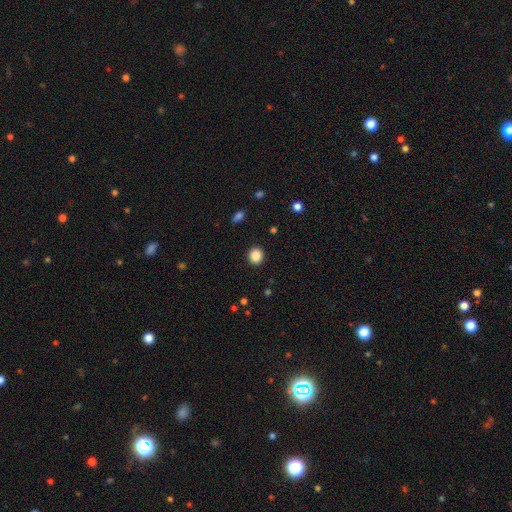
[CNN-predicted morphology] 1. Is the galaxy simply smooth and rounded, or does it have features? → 86% smooth, 10% star or artifact, 4% featured or disk.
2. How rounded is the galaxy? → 89% round, 10% in between, 1% cigar-shaped.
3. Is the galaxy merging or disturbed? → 92% none, 5% minor disturbance, 2% major disturbance, 1% merger.